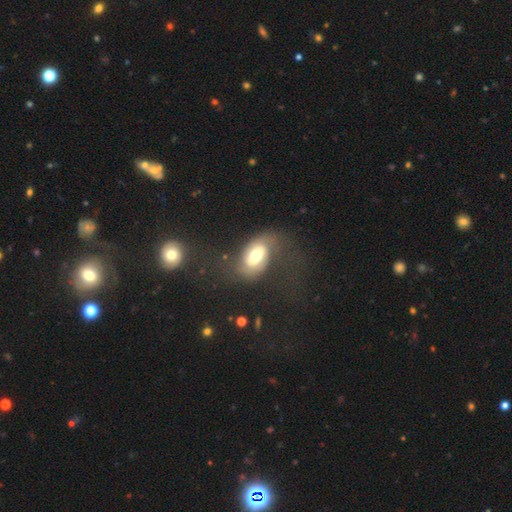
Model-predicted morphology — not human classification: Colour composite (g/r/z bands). It shows a featured or disk galaxy (53%). Merging: none (46%).